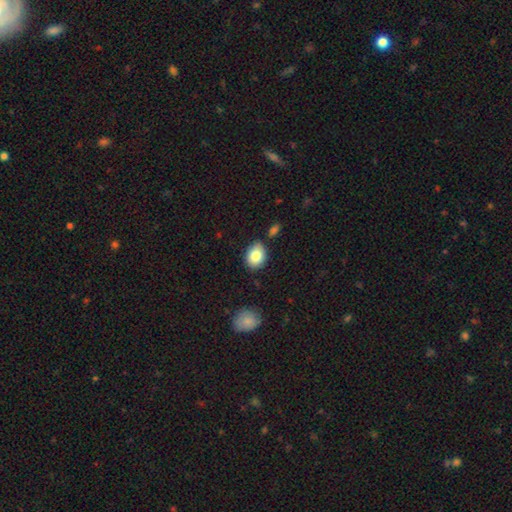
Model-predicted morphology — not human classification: Smooth or featured?
  - smooth: 83% *
  - featured or disk: 9%
  - star or artifact: 8%
How rounded?
  - in between: 60% *
  - round: 39%
  - cigar-shaped: 1%
Merging?
  - none: 74% *
  - minor disturbance: 18%
  - merger: 5%
  - major disturbance: 3%